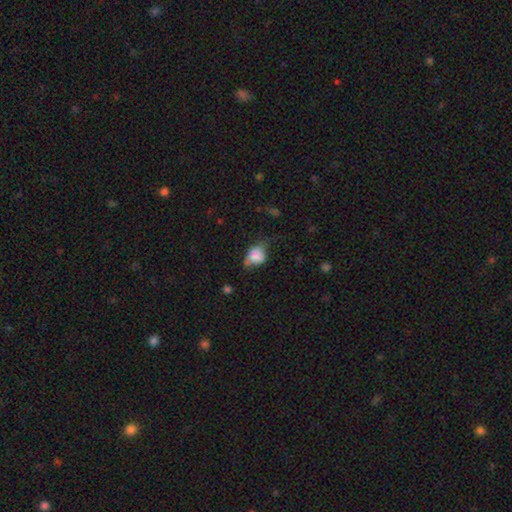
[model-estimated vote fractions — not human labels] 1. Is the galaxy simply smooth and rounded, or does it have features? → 67% smooth, 23% featured or disk, 10% star or artifact.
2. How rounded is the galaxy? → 60% in between, 37% round, 2% cigar-shaped.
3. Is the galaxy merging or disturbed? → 38% minor disturbance, 34% none, 24% major disturbance, 4% merger.